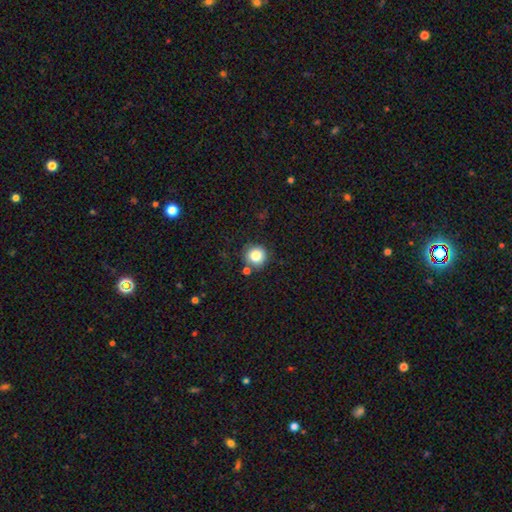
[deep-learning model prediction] This appears to be a smooth galaxy with no disk features (81%) that is round (93%). Merging: none (81%).